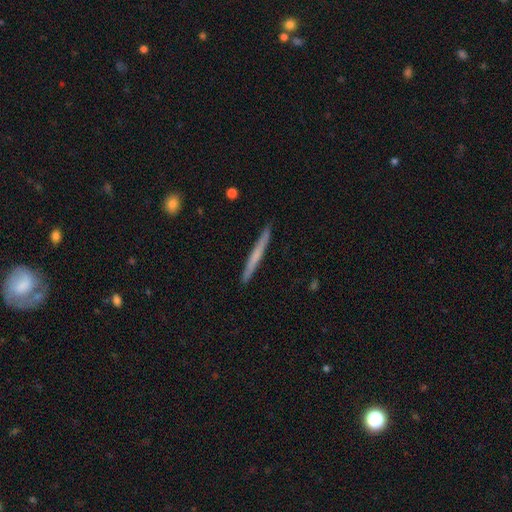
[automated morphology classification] smooth-or-featured: smooth: 52% | featured or disk: 42% | star or artifact: 5%
  how-rounded: cigar-shaped: 97% | in between: 2% | round: 1%
  merging: none: 92% | minor disturbance: 6% | major disturbance: 1% | merger: 1%